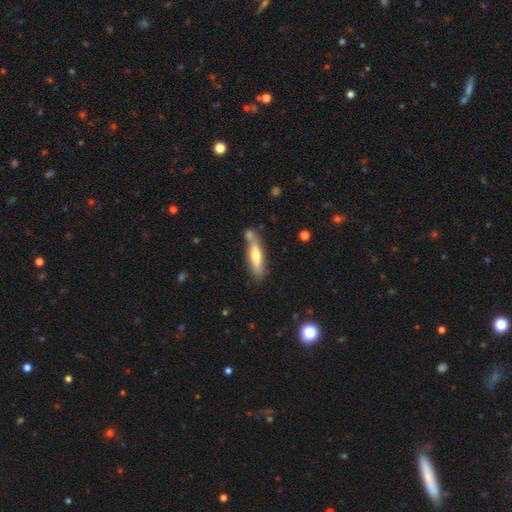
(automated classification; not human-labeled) Morphology: type=smooth (51%); roundness=cigar-shaped (71%); merging=none (60%).